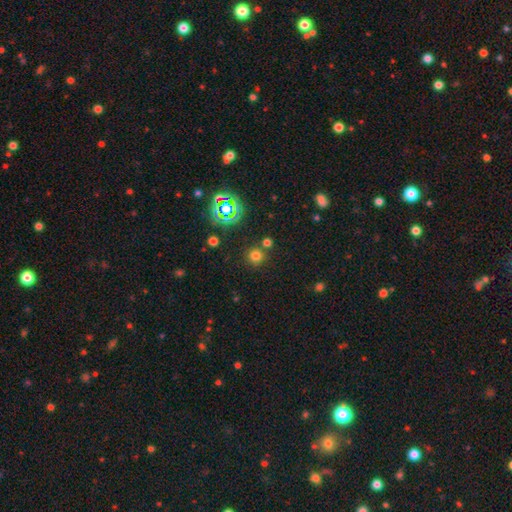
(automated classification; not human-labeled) Morphology: type=smooth (69%); roundness=round (91%); merging=none (78%).